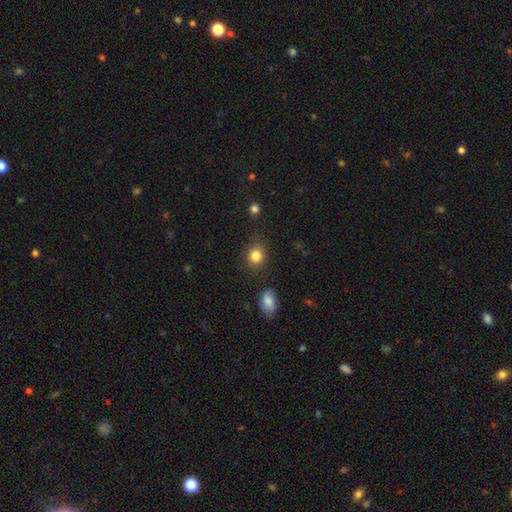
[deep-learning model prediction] The model was most divided on "how rounded": round: 77%, in between: 22%, cigar-shaped: 1%. More confident: smooth or featured — smooth (84%); merging — none (82%).